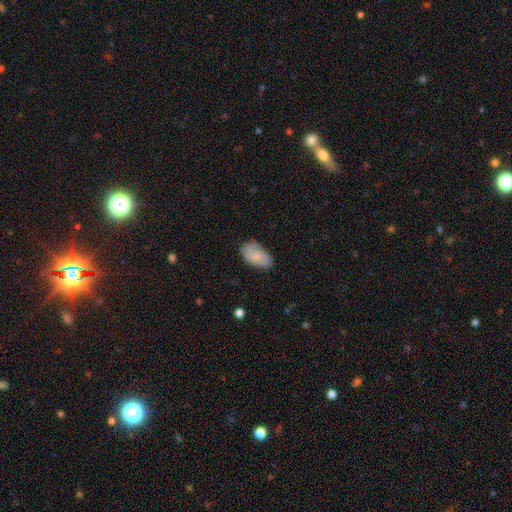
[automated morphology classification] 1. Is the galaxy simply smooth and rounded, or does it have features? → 66% smooth, 27% featured or disk, 7% star or artifact.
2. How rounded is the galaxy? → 93% in between, 5% round, 2% cigar-shaped.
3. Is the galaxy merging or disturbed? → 62% none, 28% minor disturbance, 8% major disturbance, 2% merger.